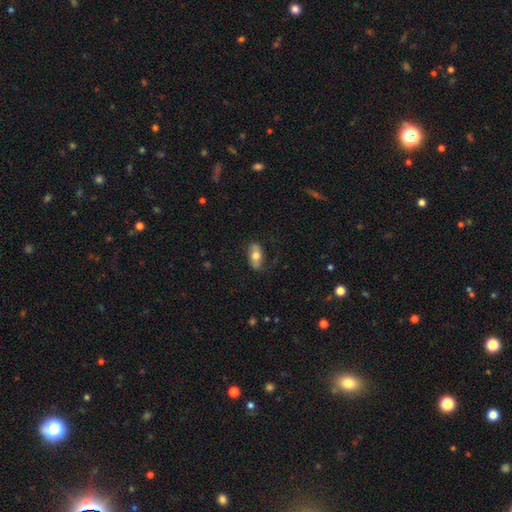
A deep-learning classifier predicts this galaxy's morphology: smooth_or_featured: smooth (p=0.64) [alt: featured or disk p=0.30]
how_rounded: in between (p=0.88) [alt: cigar-shaped p=0.07]
merging: none (p=0.77) [alt: minor disturbance p=0.16]